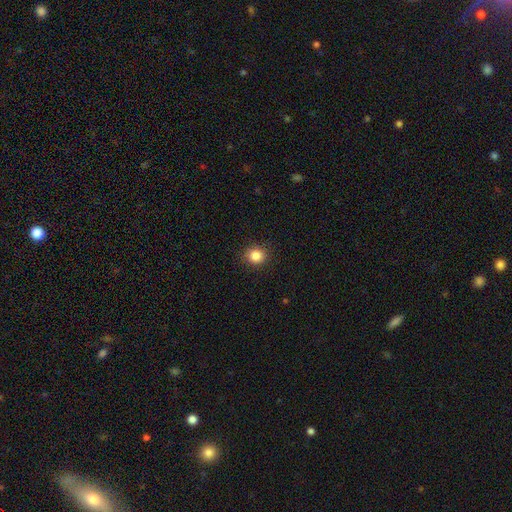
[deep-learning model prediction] This appears to be a smooth galaxy with no disk features (85%) that is round (83%). Merging: none (90%).